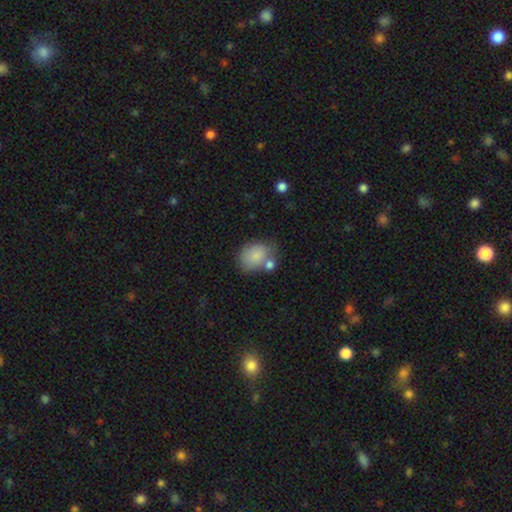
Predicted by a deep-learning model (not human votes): smooth_or_featured: smooth (p=0.82) [alt: featured or disk p=0.11]
how_rounded: in between (p=0.60) [alt: round p=0.39]
merging: none (p=0.48) [alt: merger p=0.24]